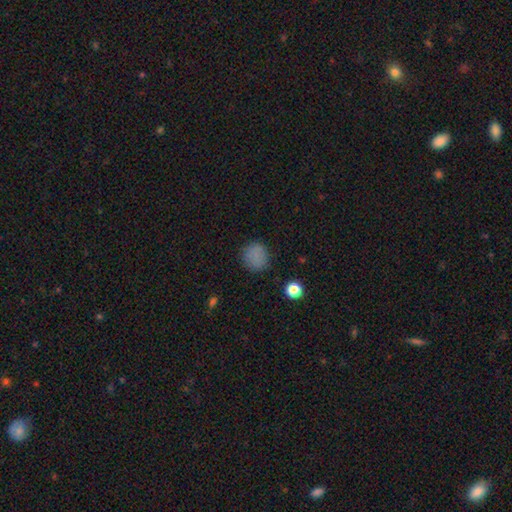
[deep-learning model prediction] The model was most divided on "smooth or featured": smooth: 81%, star or artifact: 14%, featured or disk: 5%. More confident: how rounded — round (88%); merging — none (84%).